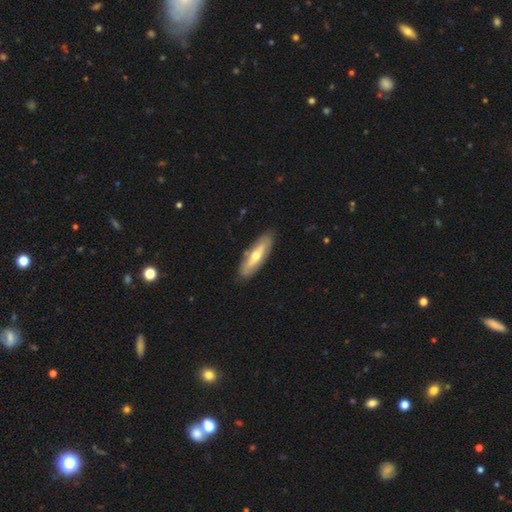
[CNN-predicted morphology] Q: Smooth or featured?
A: featured or disk (50%); runner-up: smooth (45%)
Q: Merging?
A: none (84%); runner-up: minor disturbance (11%)